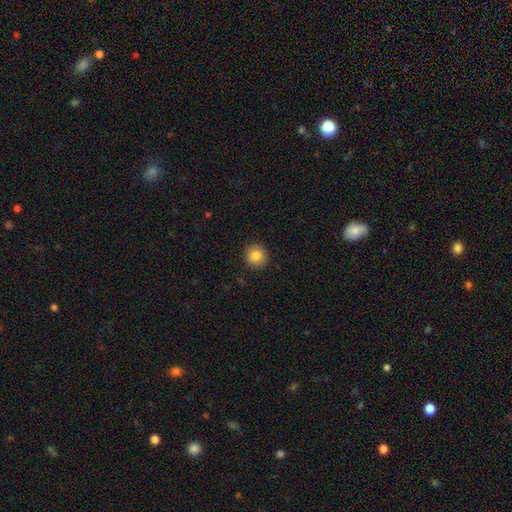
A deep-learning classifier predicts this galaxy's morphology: smooth 84%, star or artifact 10%, featured or disk 6%. Down the decision tree: how rounded — round (92%); merging — none (91%).